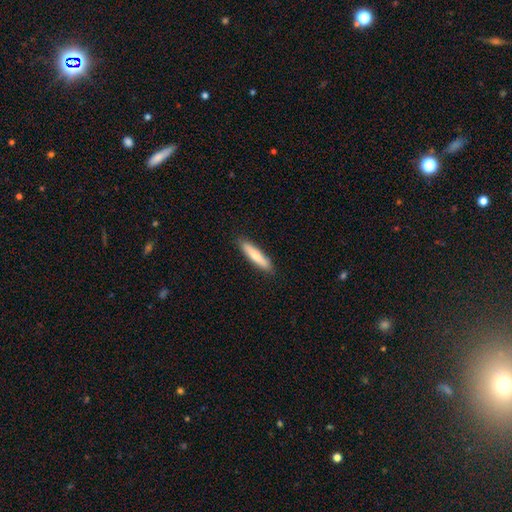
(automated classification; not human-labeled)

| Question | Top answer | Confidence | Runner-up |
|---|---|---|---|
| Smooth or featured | smooth | 78% | featured or disk (17%) |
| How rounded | cigar-shaped | 84% | in between (14%) |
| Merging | none | 89% | minor disturbance (8%) |